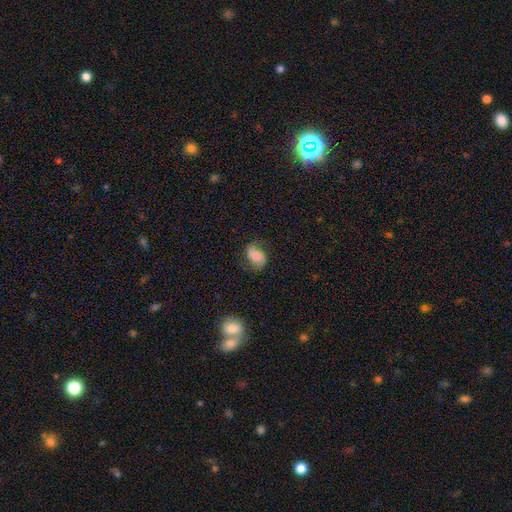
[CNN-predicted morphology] The model was most divided on "smooth or featured": featured or disk: 52%, smooth: 39%, star or artifact: 9%. More confident: edge-on disk — no (96%); spiral arms — yes (89%); merging — none (69%); bulge size — moderate (57%); bar — no (56%).